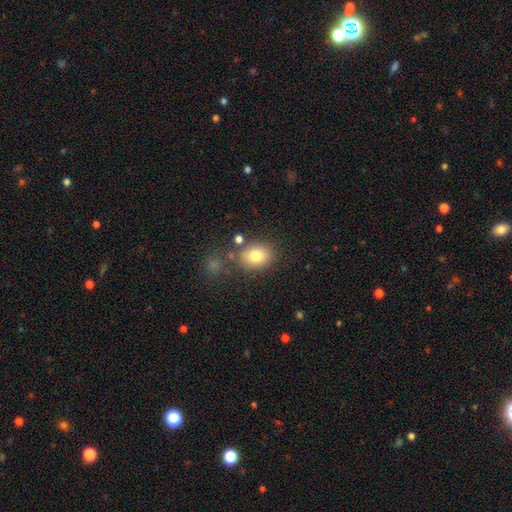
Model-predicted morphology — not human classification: Q: Smooth or featured?
A: smooth (80%); runner-up: featured or disk (10%)
Q: How rounded?
A: in between (56%); runner-up: round (43%)
Q: Merging?
A: none (72%); runner-up: minor disturbance (14%)